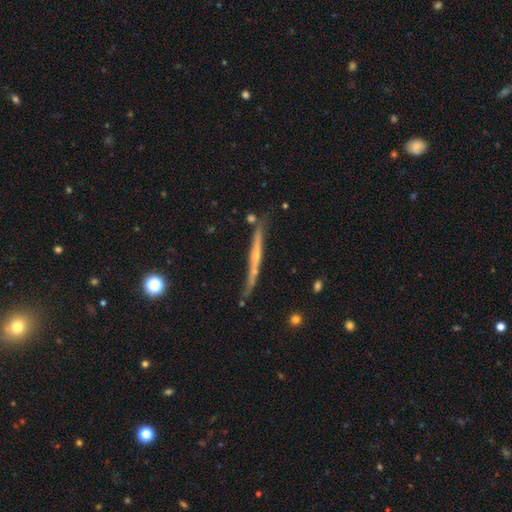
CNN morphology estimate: A featured or disk galaxy (76%) viewed edge-on (96%) with a rounded central bulge (59%). Merging: none (75%).